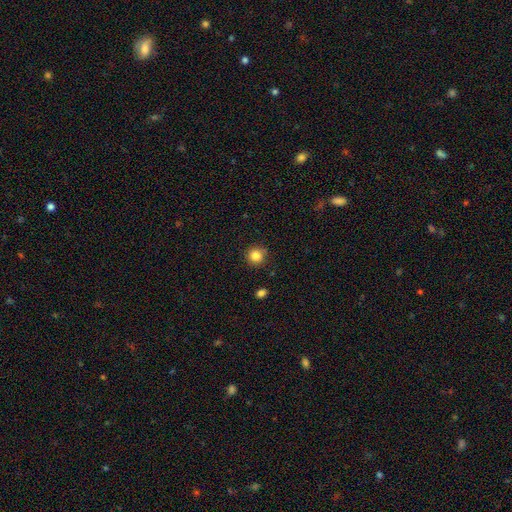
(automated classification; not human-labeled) smooth 84%, star or artifact 11%, featured or disk 5%. Down the decision tree: how rounded — round (94%); merging — none (88%).